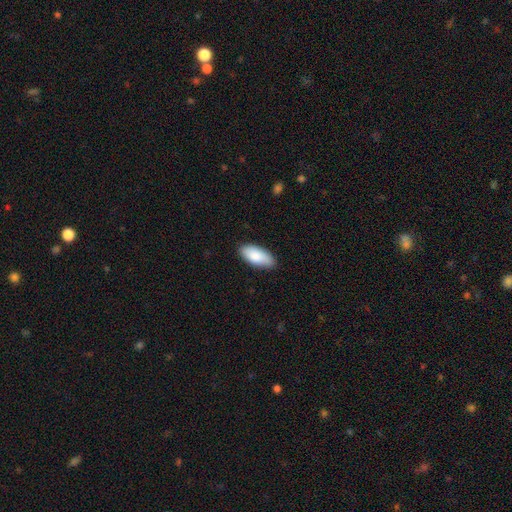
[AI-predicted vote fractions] Smooth or featured: smooth — 87% (featured or disk — 8%)
How rounded: in between — 89% (cigar-shaped — 9%)
Merging: none — 84% (minor disturbance — 13%)